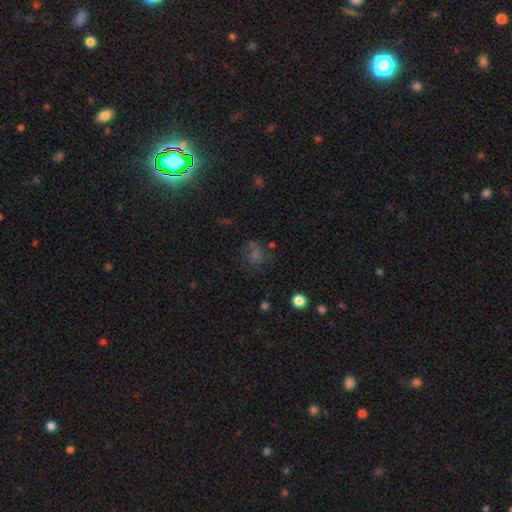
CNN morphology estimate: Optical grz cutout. It shows a star or artifact, not a galaxy (44%).